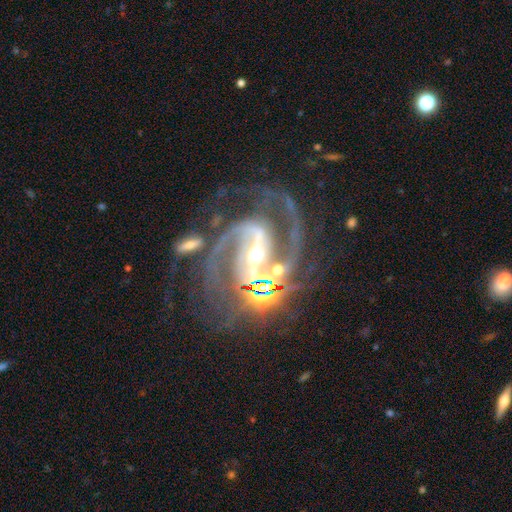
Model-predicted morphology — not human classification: Smooth or featured? Predicted: featured or disk (p=0.90). Edge-on disk? Predicted: no (p=0.98). Bar? Predicted: strong (p=0.68). Spiral arms? Predicted: yes (p=0.98). Spiral winding? Predicted: medium (p=0.60). Spiral arm count? Predicted: 2 (p=0.75). Bulge size? Predicted: small (p=0.50). Merging? Predicted: none (p=0.52).